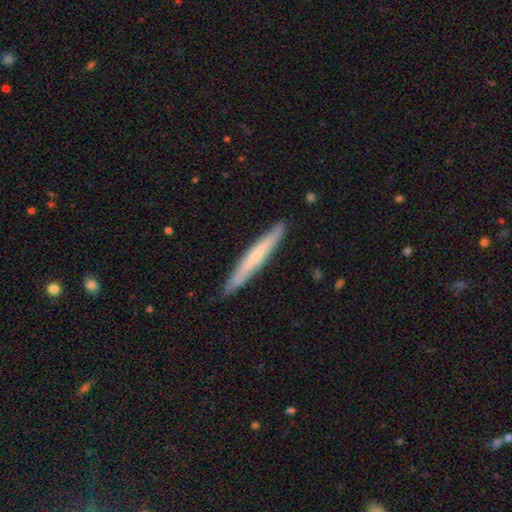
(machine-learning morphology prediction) This is possibly a smooth galaxy (53%). How rounded: clearly cigar-shaped (96%). Merging: clearly none (85%).